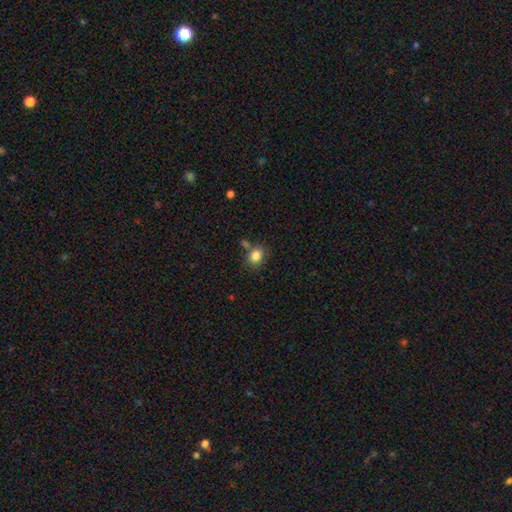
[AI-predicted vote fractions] Smooth or featured: smooth — 84% (star or artifact — 10%)
How rounded: round — 58% (in between — 41%)
Merging: none — 69% (minor disturbance — 14%)